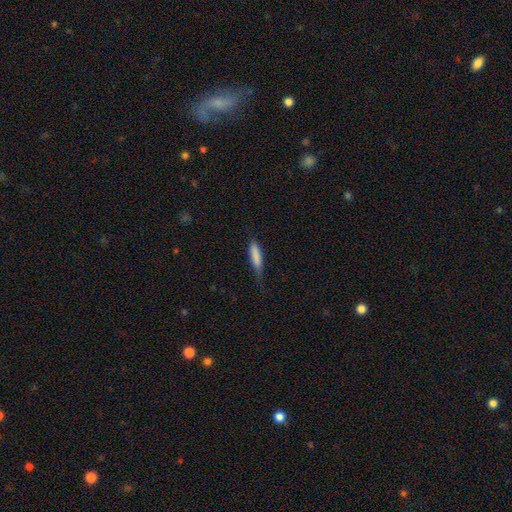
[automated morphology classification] smooth_or_featured: smooth (p=0.80) [alt: featured or disk p=0.14]
how_rounded: cigar-shaped (p=0.78) [alt: in between p=0.21]
merging: none (p=0.62) [alt: minor disturbance p=0.29]